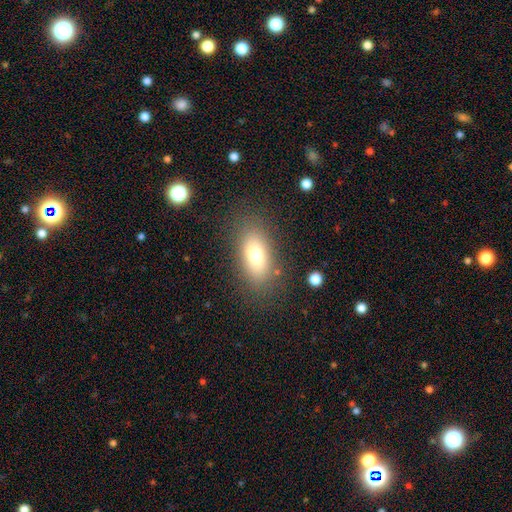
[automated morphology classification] Q: Smooth or featured?
A: smooth (73%); runner-up: featured or disk (16%)
Q: How rounded?
A: in between (84%); runner-up: cigar-shaped (8%)
Q: Merging?
A: none (81%); runner-up: minor disturbance (12%)